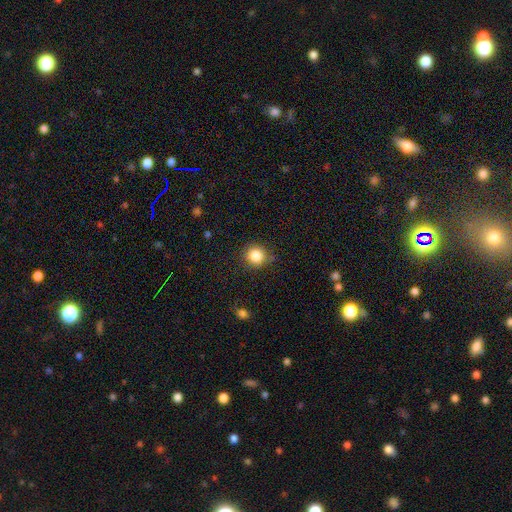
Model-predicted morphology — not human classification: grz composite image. It shows a smooth galaxy with no disk features (84%) that is round (91%). Merging: none (85%).